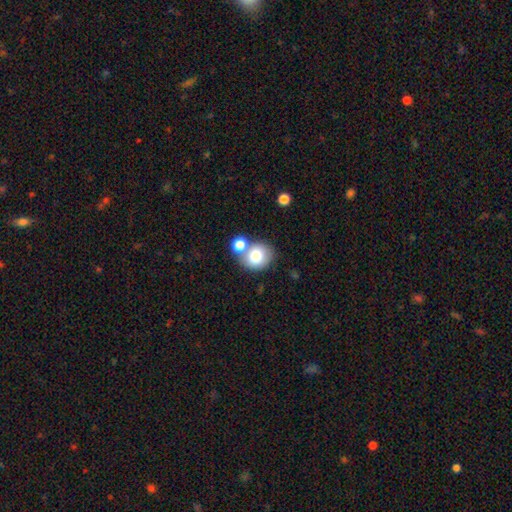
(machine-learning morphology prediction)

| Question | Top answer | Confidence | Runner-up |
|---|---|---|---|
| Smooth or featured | smooth | 78% | featured or disk (13%) |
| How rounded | round | 69% | in between (30%) |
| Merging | none | 52% | merger (34%) |